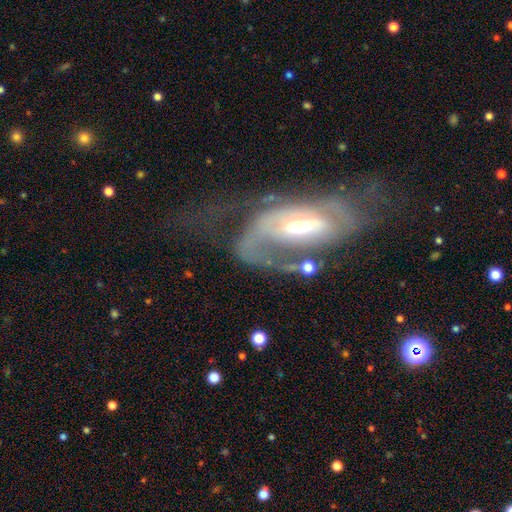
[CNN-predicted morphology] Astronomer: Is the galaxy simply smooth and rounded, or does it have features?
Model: featured or disk — 74%.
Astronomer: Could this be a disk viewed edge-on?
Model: no — 92%.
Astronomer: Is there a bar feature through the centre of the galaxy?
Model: no — 42% (runner-up: weak, 39%).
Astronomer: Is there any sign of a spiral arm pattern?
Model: yes — 76%.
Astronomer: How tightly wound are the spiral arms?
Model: medium — 37% (runner-up: tight, 36%).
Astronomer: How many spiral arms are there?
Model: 1 — 35% (runner-up: 2, 31%).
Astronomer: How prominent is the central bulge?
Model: moderate — 66%.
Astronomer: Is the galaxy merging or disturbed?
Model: major disturbance — 46% (runner-up: none, 29%).